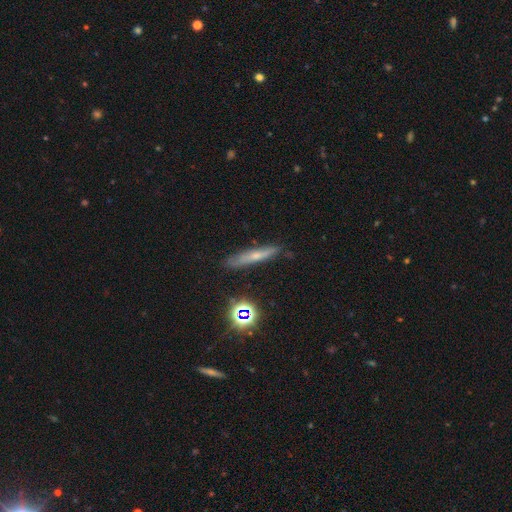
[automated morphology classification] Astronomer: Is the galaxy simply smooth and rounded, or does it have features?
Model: smooth — 49% (runner-up: featured or disk, 38%).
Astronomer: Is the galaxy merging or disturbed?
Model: none — 81%.